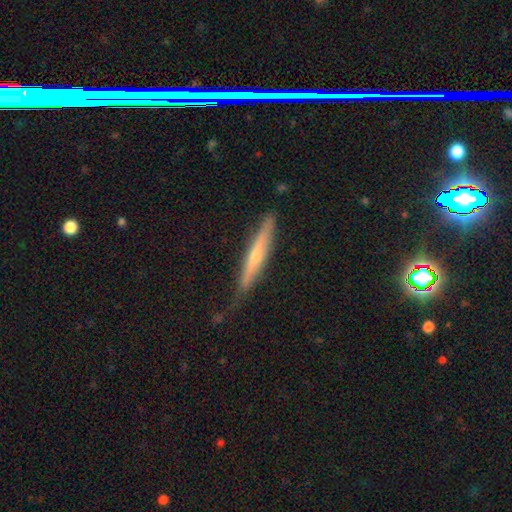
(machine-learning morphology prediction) Smooth or featured: featured or disk — 62% (smooth — 32%)
Edge-on disk: yes — 94% (no — 6%)
Edge-on bulge: rounded — 71% (none — 25%)
Merging: none — 77% (minor disturbance — 18%)